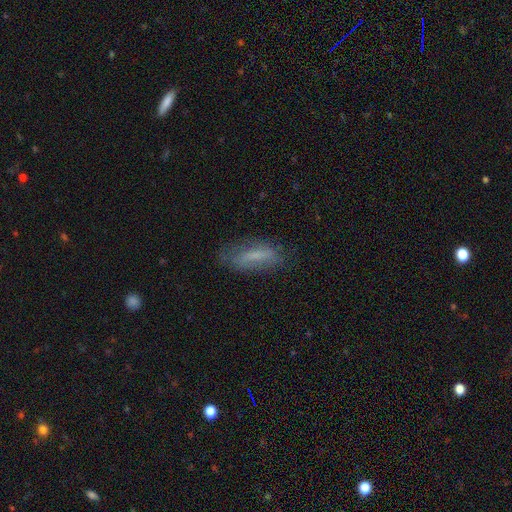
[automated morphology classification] Smooth or featured?
  - smooth: 61% *
  - featured or disk: 30%
  - star or artifact: 9%
How rounded?
  - cigar-shaped: 52% *
  - in between: 46%
  - round: 2%
Merging?
  - none: 67% *
  - minor disturbance: 22%
  - major disturbance: 9%
  - merger: 2%